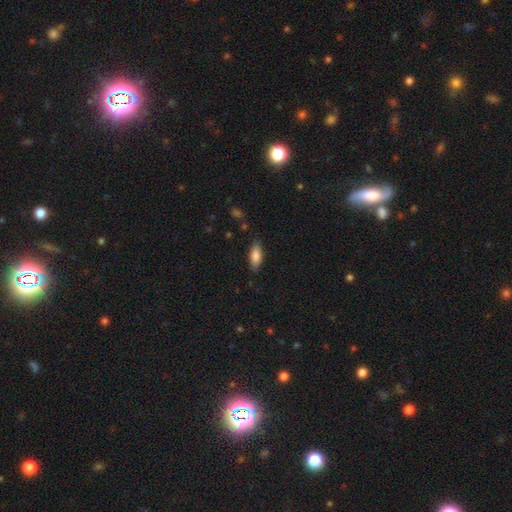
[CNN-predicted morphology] The model was most divided on "how rounded": in between: 78%, cigar-shaped: 20%, round: 2%. More confident: smooth or featured — smooth (83%); merging — none (83%).